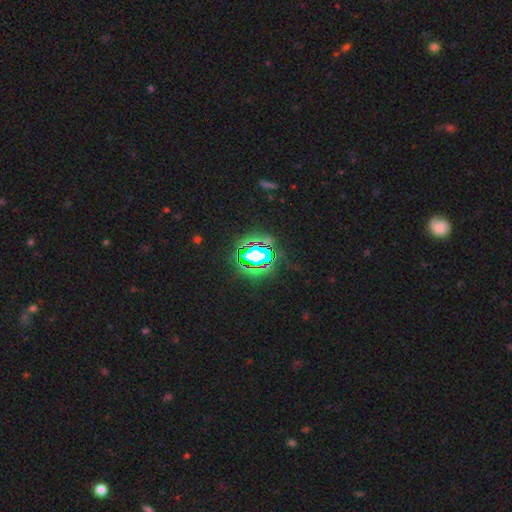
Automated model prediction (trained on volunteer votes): Smooth or featured?
  - star or artifact: 72% *
  - smooth: 15%
  - featured or disk: 13%